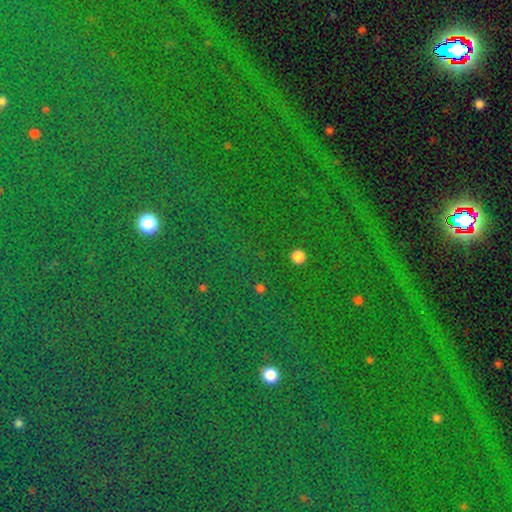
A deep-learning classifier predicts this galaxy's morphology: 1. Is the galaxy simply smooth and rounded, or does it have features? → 83% star or artifact, 10% smooth, 7% featured or disk.